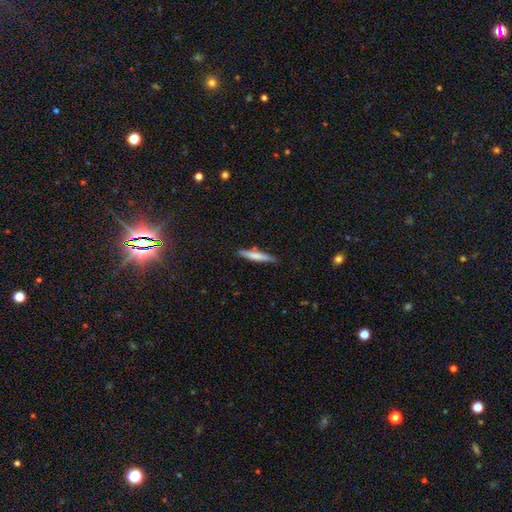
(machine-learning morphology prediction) smooth-or-featured: smooth: 68% | featured or disk: 26% | star or artifact: 6%
  how-rounded: cigar-shaped: 92% | in between: 7% | round: 1%
  merging: none: 85% | minor disturbance: 11% | major disturbance: 2% | merger: 2%